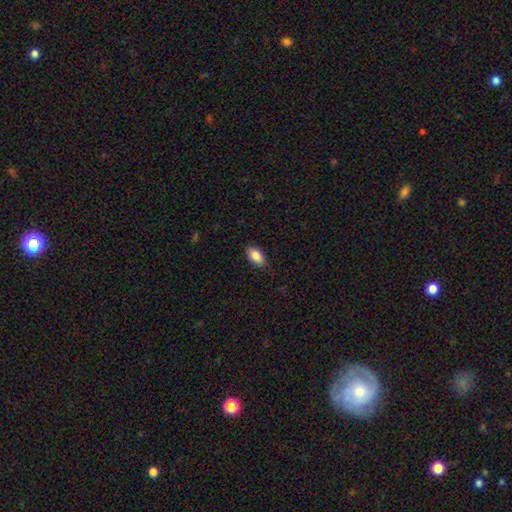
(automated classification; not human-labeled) smooth 88%, star or artifact 7%, featured or disk 5%. Down the decision tree: how rounded — in between (92%); merging — none (84%).